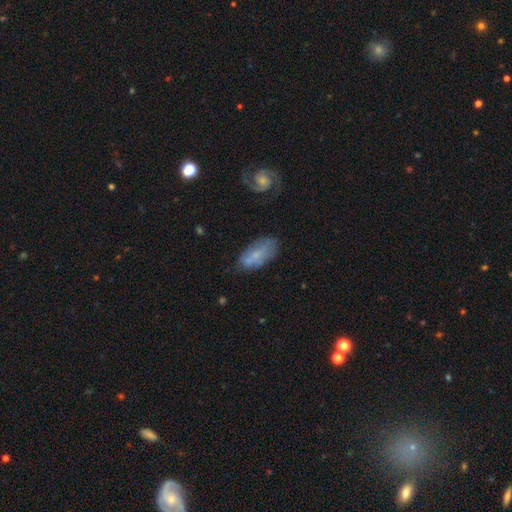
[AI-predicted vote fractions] smooth 54%, featured or disk 38%, star or artifact 8%. Down the decision tree: how rounded — in between (86%); merging — none (58%).